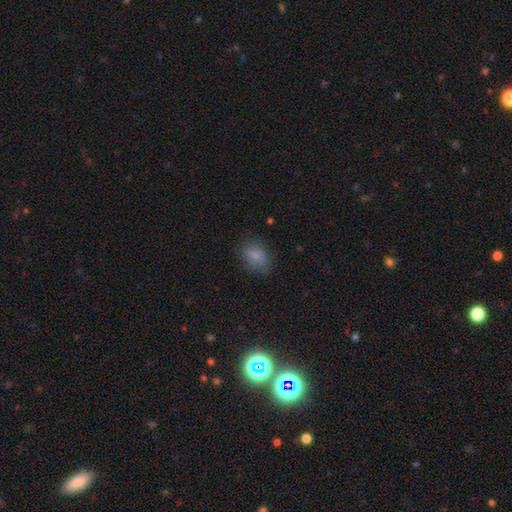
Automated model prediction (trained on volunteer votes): The model was most divided on "how rounded": in between: 67%, round: 32%, cigar-shaped: 1%. More confident: smooth or featured — smooth (82%); merging — none (71%).